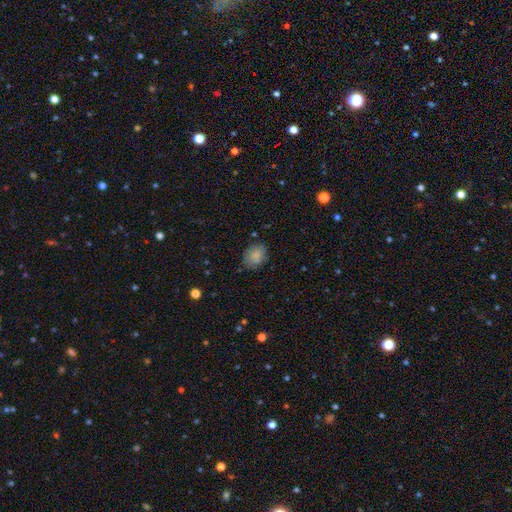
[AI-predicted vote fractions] Q: Smooth or featured?
A: smooth (81%); runner-up: featured or disk (11%)
Q: How rounded?
A: in between (64%); runner-up: round (35%)
Q: Merging?
A: none (72%); runner-up: minor disturbance (20%)